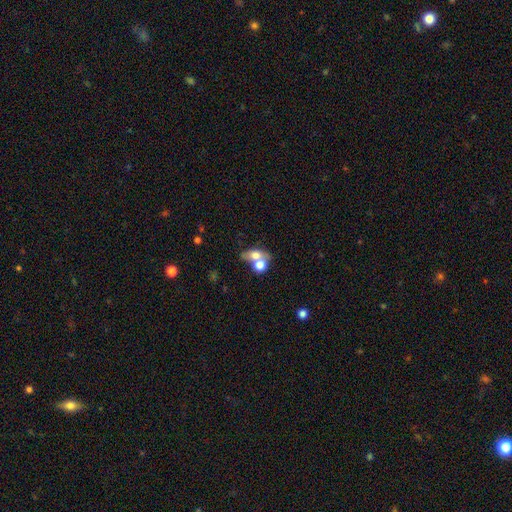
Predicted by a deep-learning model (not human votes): Smooth or featured? smooth (65%)
How rounded? in between (59%)
Merging? merger (66%)